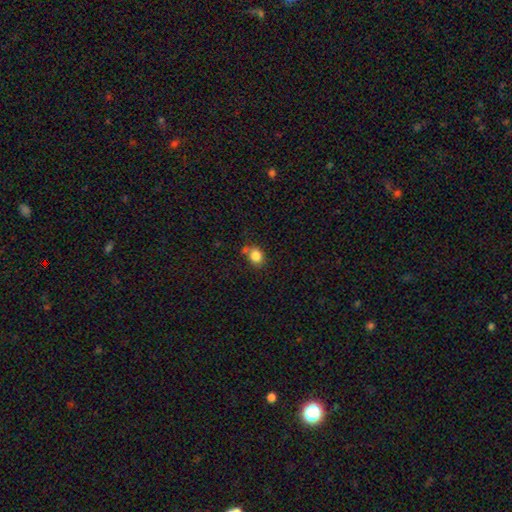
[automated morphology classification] Smooth or featured? smooth (84%)
How rounded? round (60%)
Merging? none (62%)